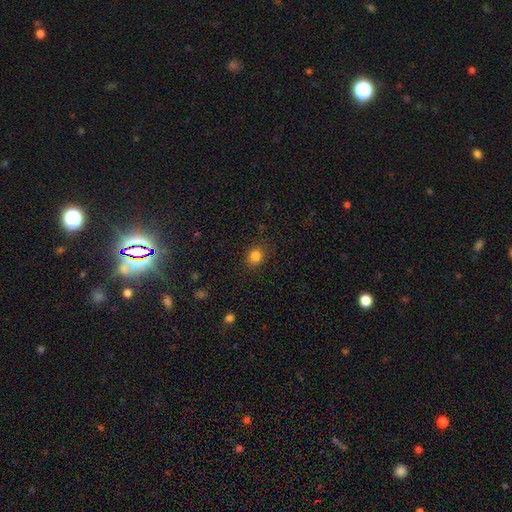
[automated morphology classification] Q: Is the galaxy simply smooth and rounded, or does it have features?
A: smooth — 83%.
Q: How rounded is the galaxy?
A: round — 72%.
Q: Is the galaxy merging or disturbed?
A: none — 85%.